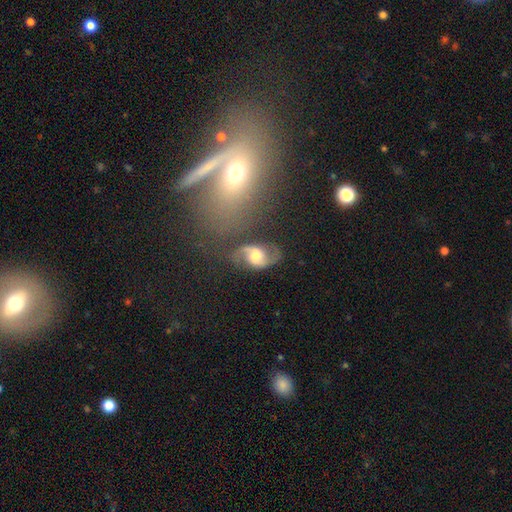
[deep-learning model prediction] This is clearly a featured or disk galaxy (82%). It is clearly not viewed edge-on (97%). Bar: possibly no (51%). Spiral arm pattern: clearly yes (95%). Spiral arm count: clearly 2 (92%). Spiral winding: possibly loose (46%). Central bulge: possibly moderate (49%). Merging: likely none (67%).